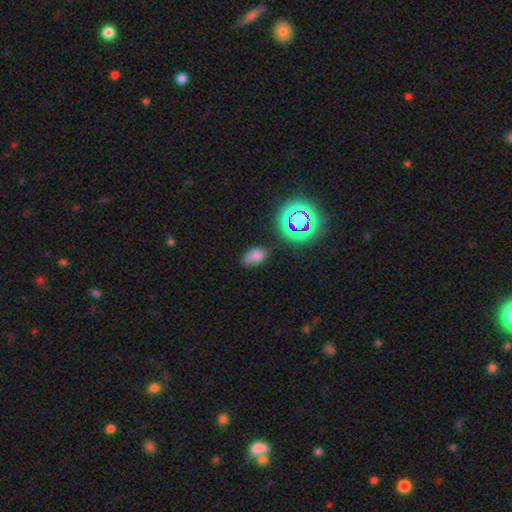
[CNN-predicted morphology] Q: Smooth or featured?
A: smooth (69%); runner-up: star or artifact (21%)
Q: How rounded?
A: in between (89%); runner-up: round (9%)
Q: Merging?
A: none (67%); runner-up: minor disturbance (23%)